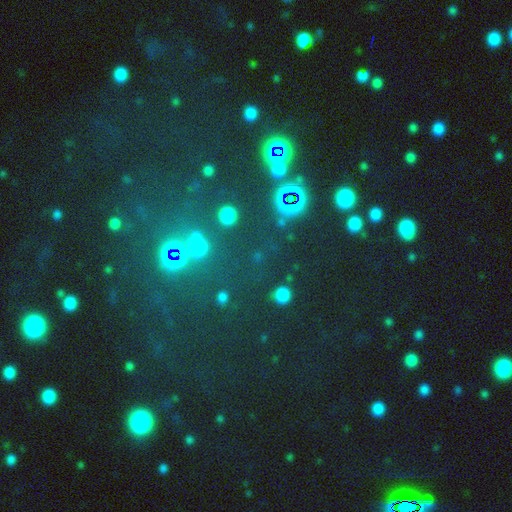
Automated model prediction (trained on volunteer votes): smooth-or-featured: star or artifact: 62% | smooth: 26% | featured or disk: 12%